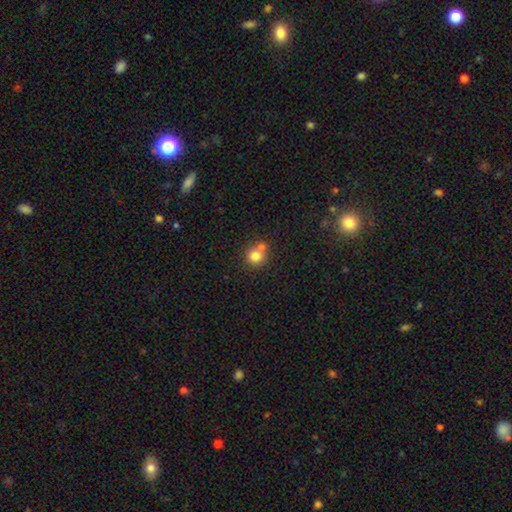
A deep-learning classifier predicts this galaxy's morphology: smooth_or_featured: smooth (p=0.79) [alt: star or artifact p=0.11]
how_rounded: round (p=0.89) [alt: in between p=0.10]
merging: none (p=0.51) [alt: merger p=0.39]